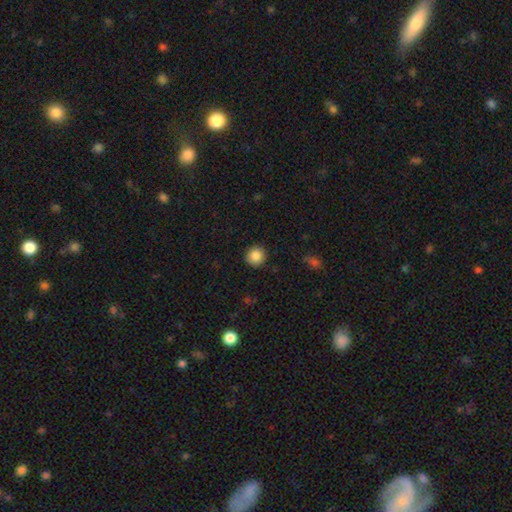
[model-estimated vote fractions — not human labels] This appears to be a smooth galaxy with no disk features (86%) that is round (93%). Merging: none (90%).